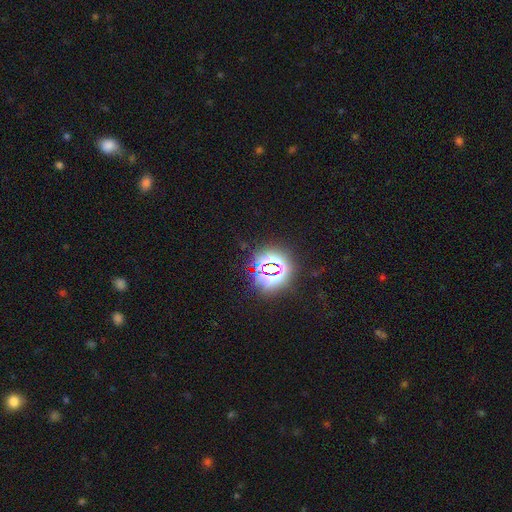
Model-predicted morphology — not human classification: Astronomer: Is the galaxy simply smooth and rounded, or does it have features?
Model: star or artifact — 80%.